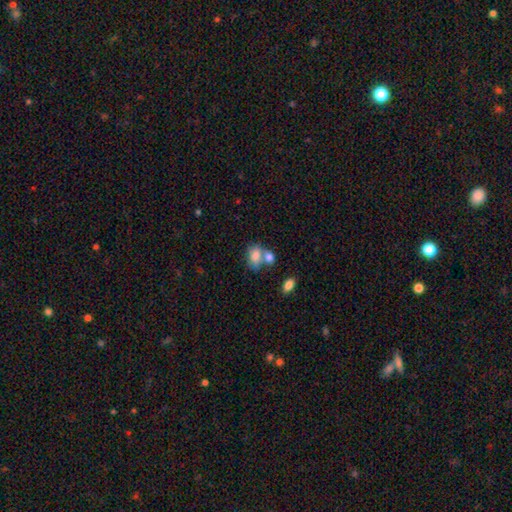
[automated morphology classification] The model was most divided on "merging": merger: 46%, none: 34%, minor disturbance: 14%, major disturbance: 7%. More confident: how rounded — in between (79%); smooth or featured — smooth (76%).